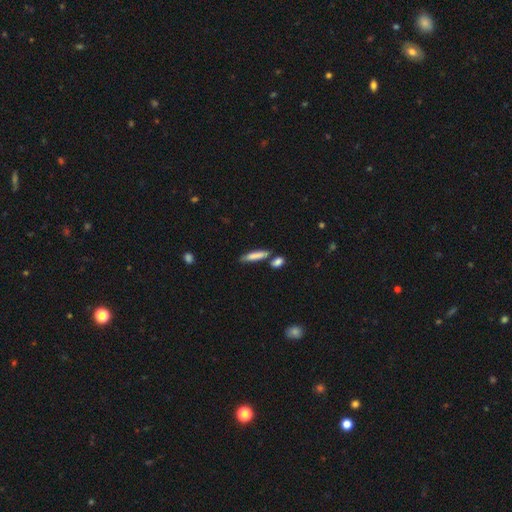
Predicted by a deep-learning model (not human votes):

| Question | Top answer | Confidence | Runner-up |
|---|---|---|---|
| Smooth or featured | smooth | 78% | featured or disk (15%) |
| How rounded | cigar-shaped | 84% | in between (14%) |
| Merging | none | 73% | minor disturbance (12%) |